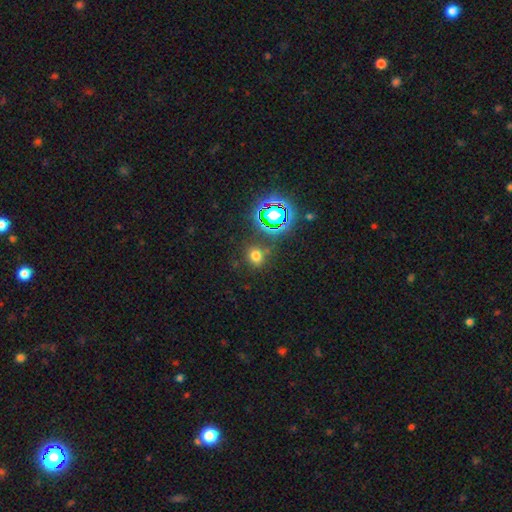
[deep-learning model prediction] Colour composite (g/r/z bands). It shows a smooth galaxy with no disk features (63%) that is round (71%). Merging: none (79%).